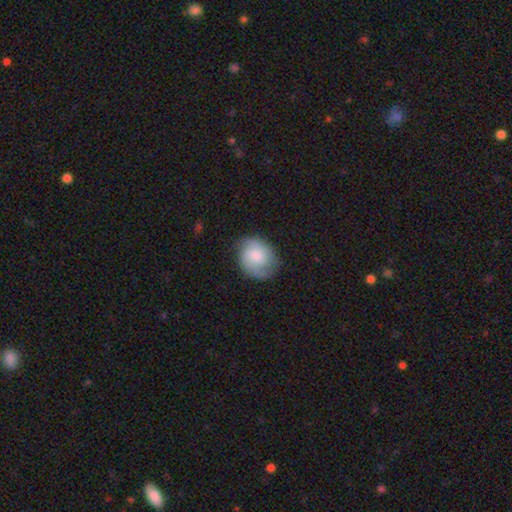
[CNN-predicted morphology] The model was most divided on "bulge size": small: 44%, moderate: 36%, none: 10%, large: 8%, dominant: 2%. More confident: edge-on disk — no (98%); spiral arms — yes (92%); merging — none (76%); bar — no (60%); smooth or featured — featured or disk (56%).